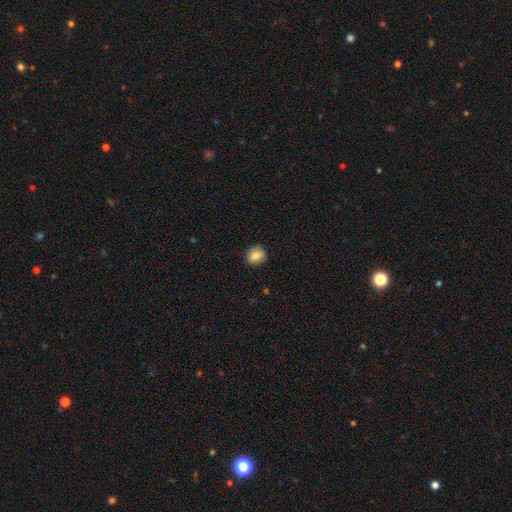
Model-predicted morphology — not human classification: smooth_or_featured: smooth (p=0.84) [alt: star or artifact p=0.09]
how_rounded: round (p=0.72) [alt: in between p=0.27]
merging: none (p=0.85) [alt: minor disturbance p=0.12]